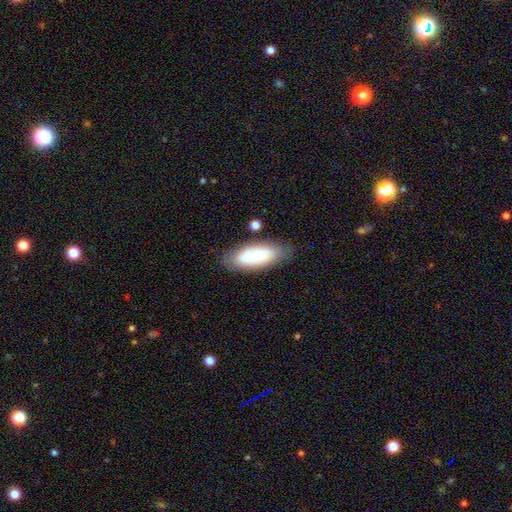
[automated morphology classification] This appears to be a smooth galaxy with no disk features (72%) that is in between round and cigar-shaped (79%). Merging: none (75%).